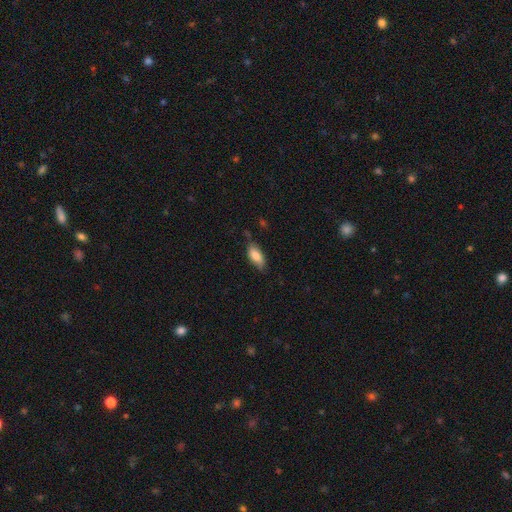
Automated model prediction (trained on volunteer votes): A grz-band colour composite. It shows a smooth galaxy with no disk features (81%) that is in between round and cigar-shaped (87%). Merging: none (71%).